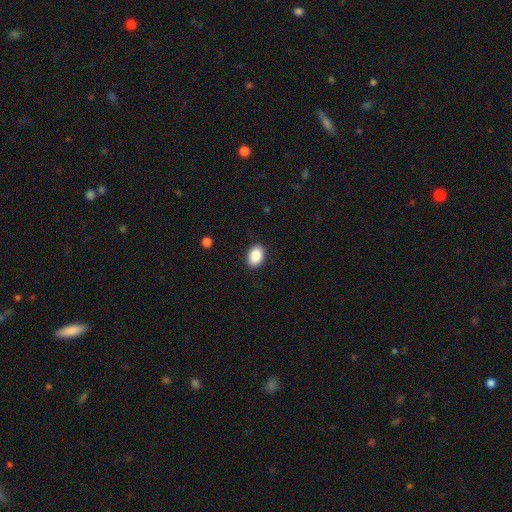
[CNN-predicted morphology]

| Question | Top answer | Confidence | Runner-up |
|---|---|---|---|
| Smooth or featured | smooth | 89% | star or artifact (7%) |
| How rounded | in between | 81% | round (18%) |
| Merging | none | 89% | minor disturbance (8%) |